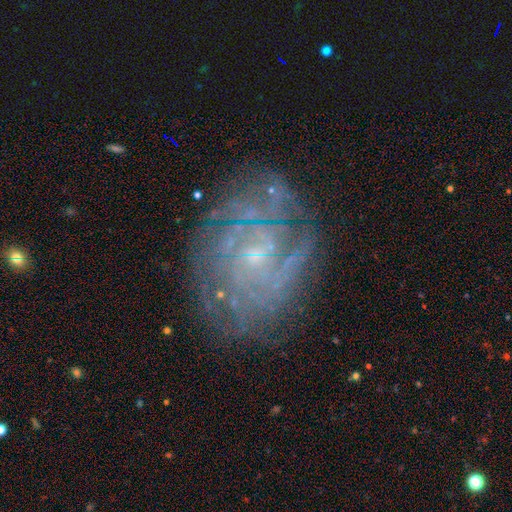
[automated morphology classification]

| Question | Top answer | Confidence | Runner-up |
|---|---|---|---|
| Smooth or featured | featured or disk | 82% | star or artifact (9%) |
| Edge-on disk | no | 97% | yes (3%) |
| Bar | no | 70% | weak (25%) |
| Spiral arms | yes | 91% | no (9%) |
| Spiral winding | tight | 68% | medium (25%) |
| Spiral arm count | can't tell | 42% | 4 (14%) |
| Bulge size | small | 73% | moderate (18%) |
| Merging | none | 75% | minor disturbance (16%) |